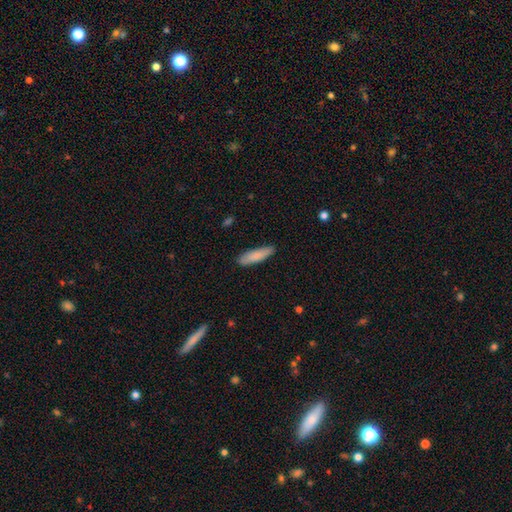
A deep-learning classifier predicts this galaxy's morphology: The model was most divided on "how rounded": cigar-shaped: 69%, in between: 29%, round: 1%. More confident: merging — none (85%); smooth or featured — smooth (84%).